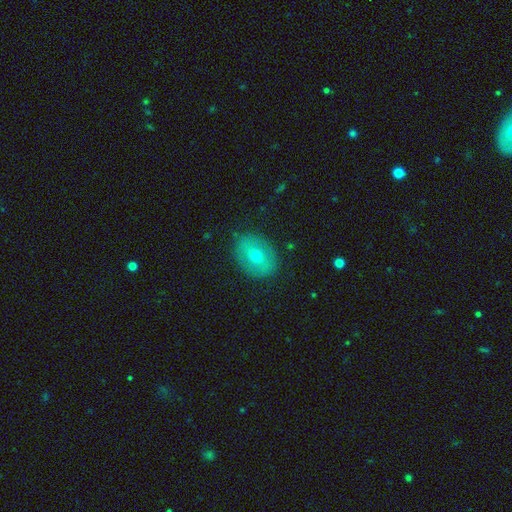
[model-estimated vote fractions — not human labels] Q: Smooth or featured?
A: smooth (55%); runner-up: featured or disk (36%)
Q: How rounded?
A: in between (63%); runner-up: round (35%)
Q: Merging?
A: none (84%); runner-up: minor disturbance (11%)